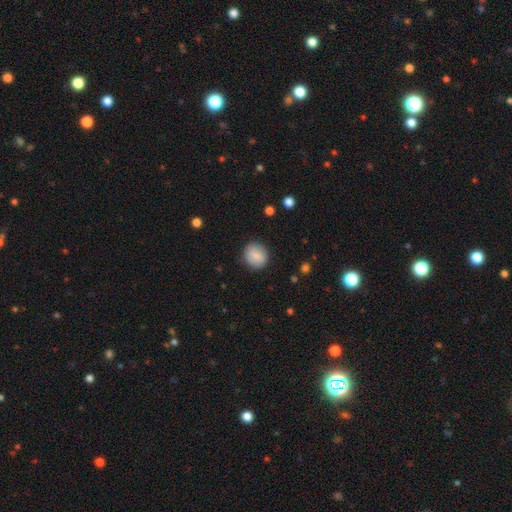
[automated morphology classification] A smooth galaxy with no disk features (83%) that is round (83%).

Vote fractions:
- Smooth or featured? smooth: 83% / featured or disk: 10% / star or artifact: 7%
- How rounded? round: 83% / in between: 16% / cigar-shaped: 1%
- Merging? none: 86% / minor disturbance: 10% / major disturbance: 3% / merger: 1%